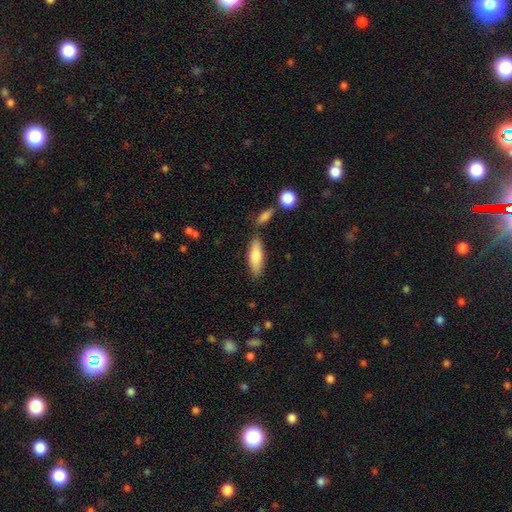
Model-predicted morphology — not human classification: smooth-or-featured: smooth: 73% | featured or disk: 21% | star or artifact: 6%
  how-rounded: in between: 53% | cigar-shaped: 45% | round: 2%
  merging: none: 74% | minor disturbance: 13% | merger: 10% | major disturbance: 3%